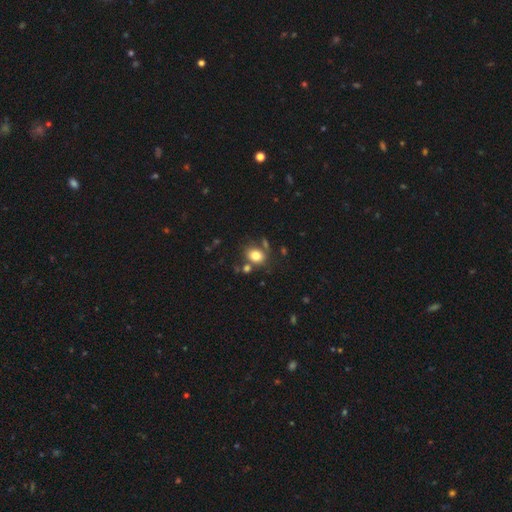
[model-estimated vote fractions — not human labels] Q: Smooth or featured?
A: smooth (79%); runner-up: star or artifact (11%)
Q: How rounded?
A: in between (55%); runner-up: round (44%)
Q: Merging?
A: none (67%); runner-up: minor disturbance (14%)